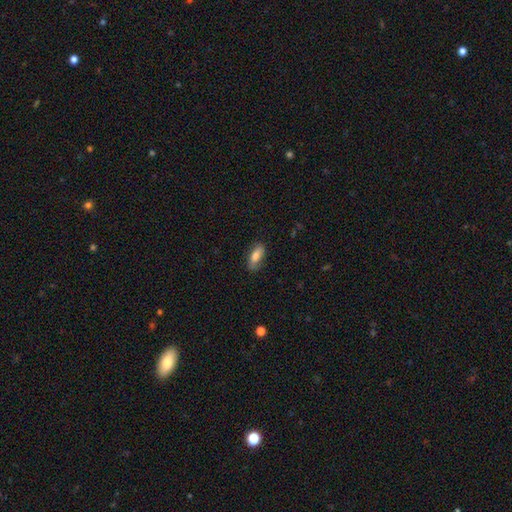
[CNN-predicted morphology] A smooth galaxy with no disk features (76%) that is in between round and cigar-shaped (73%). Merging: none (82%).